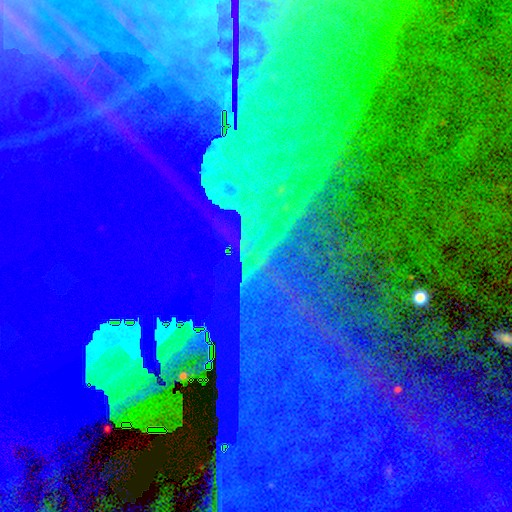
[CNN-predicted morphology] Smooth or featured? Predicted: star or artifact (p=0.87).